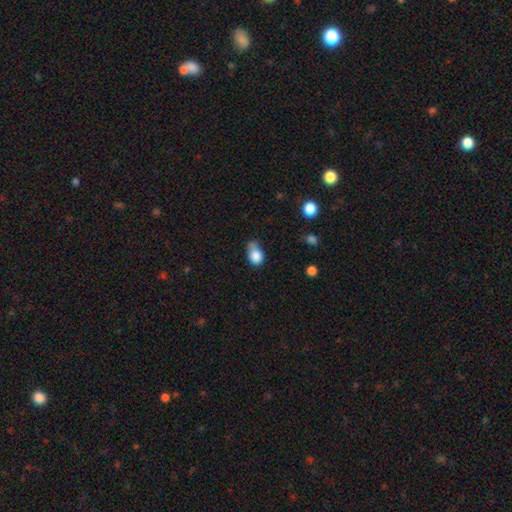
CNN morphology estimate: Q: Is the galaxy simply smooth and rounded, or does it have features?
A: smooth — 83%.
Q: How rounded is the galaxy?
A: in between — 55%.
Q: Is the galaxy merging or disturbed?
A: minor disturbance — 40%.